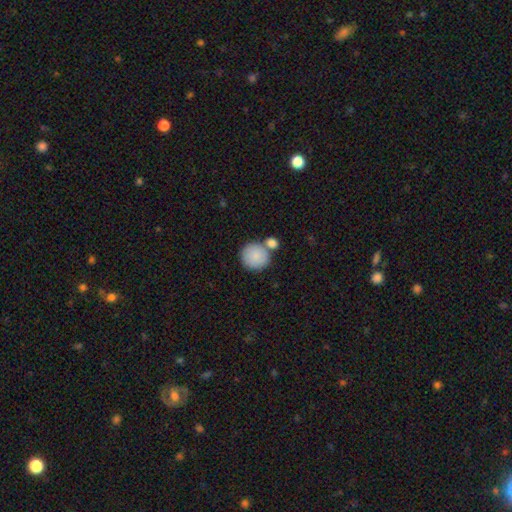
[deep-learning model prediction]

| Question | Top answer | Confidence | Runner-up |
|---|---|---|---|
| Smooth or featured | smooth | 86% | featured or disk (7%) |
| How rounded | round | 92% | in between (7%) |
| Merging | none | 60% | merger (26%) |